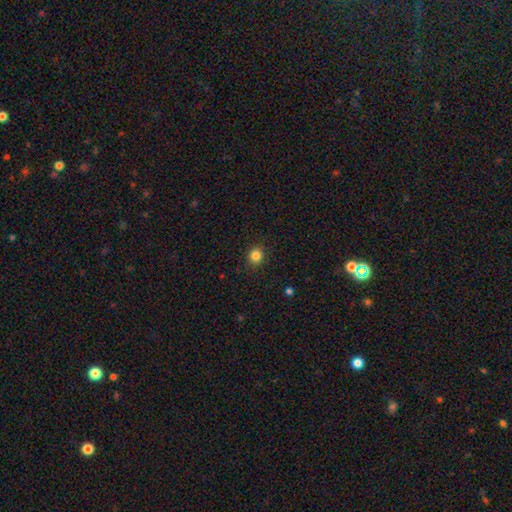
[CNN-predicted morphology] Smooth or featured? Predicted: smooth (p=0.84). How rounded? Predicted: round (p=0.84). Merging? Predicted: none (p=0.89).